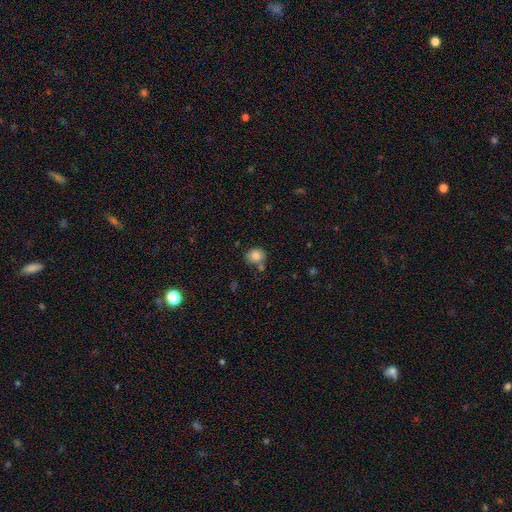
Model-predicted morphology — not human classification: This is clearly a smooth galaxy (83%). How rounded: likely round (75%). Merging: likely none (69%).